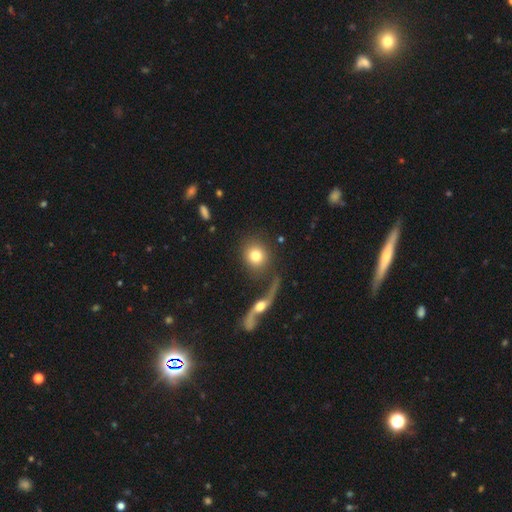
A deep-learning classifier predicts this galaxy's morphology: smooth-or-featured: smooth: 78% | featured or disk: 15% | star or artifact: 8%
  how-rounded: round: 83% | in between: 15% | cigar-shaped: 2%
  merging: none: 71% | merger: 14% | minor disturbance: 9% | major disturbance: 6%